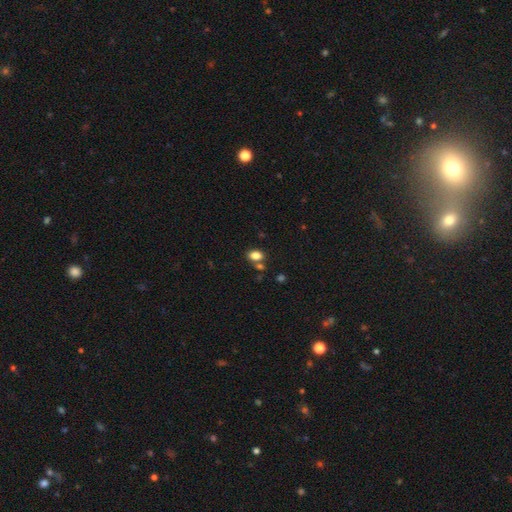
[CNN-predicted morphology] type=smooth (83%); roundness=in between (82%); merging=none (67%).